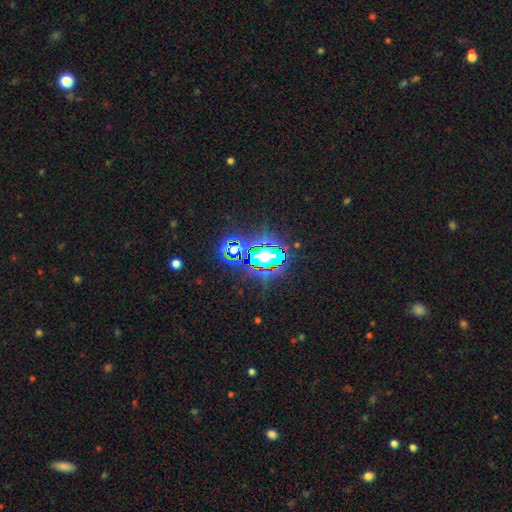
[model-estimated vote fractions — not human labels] star or artifact 73%, smooth 17%, featured or disk 11%.